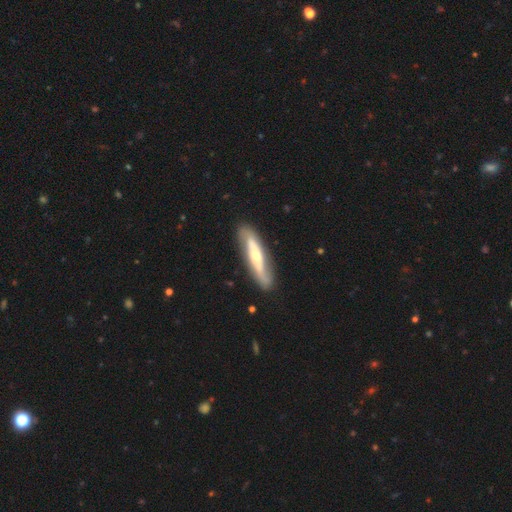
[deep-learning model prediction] Smooth or featured? Predicted: featured or disk (p=0.66). Edge-on disk? Predicted: no (p=0.51). Merging? Predicted: none (p=0.81).